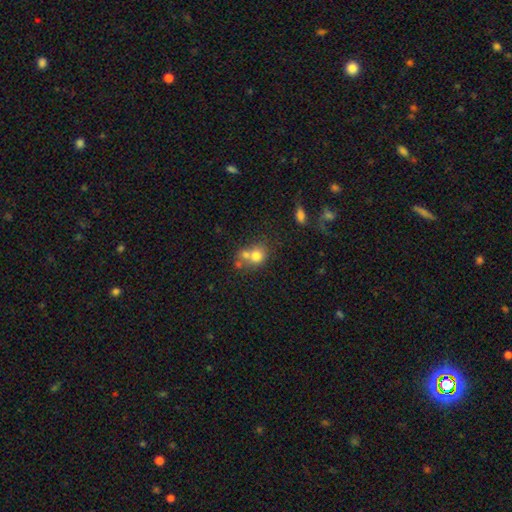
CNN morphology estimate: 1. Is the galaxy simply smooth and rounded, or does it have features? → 72% smooth, 16% featured or disk, 12% star or artifact.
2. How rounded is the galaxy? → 72% round, 27% in between, 1% cigar-shaped.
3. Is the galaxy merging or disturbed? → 51% merger, 35% none, 9% minor disturbance, 5% major disturbance.